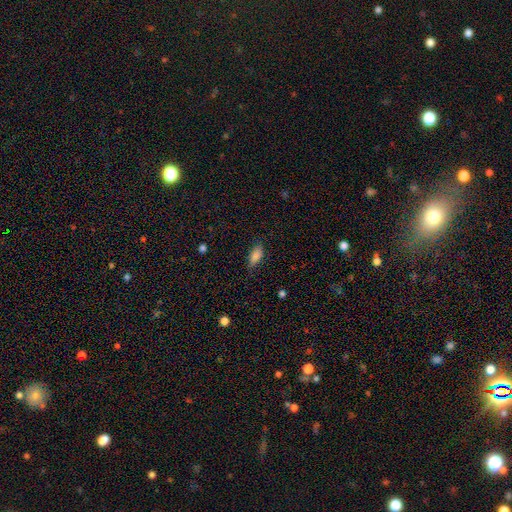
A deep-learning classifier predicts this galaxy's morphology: Overall: smooth (83%). How rounded: in between (80%). Merging: none (77%).